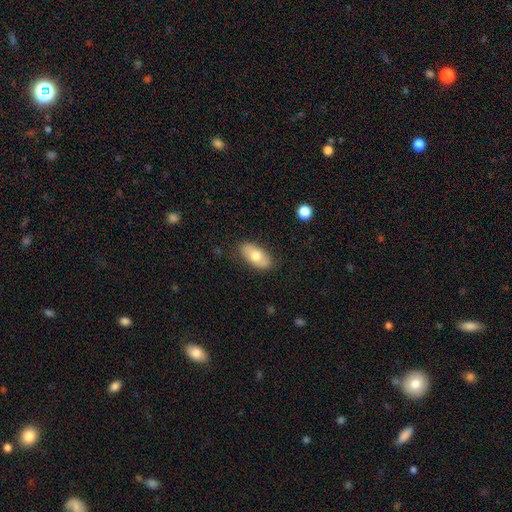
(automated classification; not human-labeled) This is likely a smooth galaxy (71%). How rounded: clearly in between (93%). Merging: clearly none (83%).